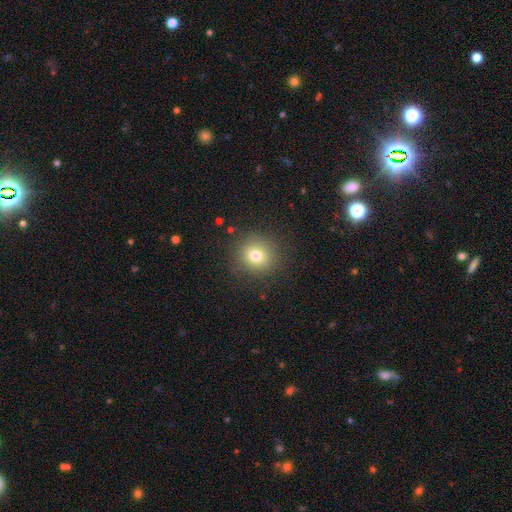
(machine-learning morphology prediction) smooth-or-featured: smooth: 77% | star or artifact: 13% | featured or disk: 10%
  how-rounded: round: 88% | in between: 11% | cigar-shaped: 1%
  merging: none: 87% | minor disturbance: 8% | major disturbance: 3% | merger: 1%